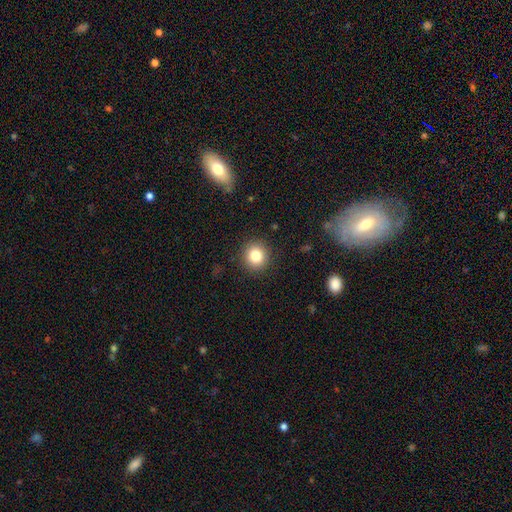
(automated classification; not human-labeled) Smooth or featured? Predicted: smooth (p=0.82). How rounded? Predicted: round (p=0.90). Merging? Predicted: none (p=0.91).